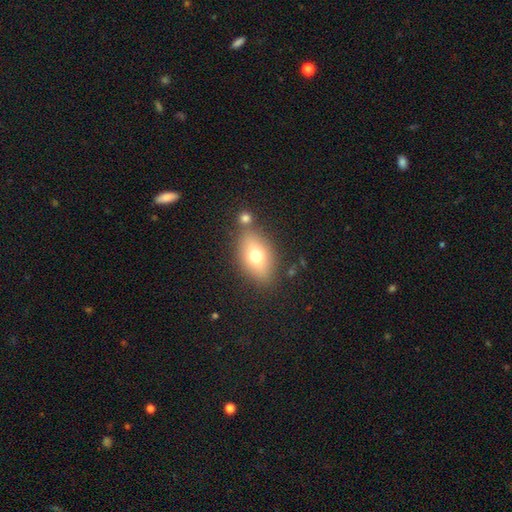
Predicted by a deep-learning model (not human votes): Smooth or featured? smooth (70%)
How rounded? in between (83%)
Merging? none (71%)